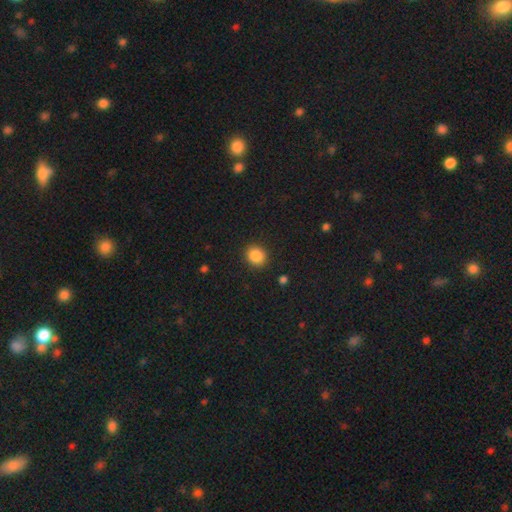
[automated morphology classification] type=smooth (87%); roundness=round (82%); merging=none (90%).